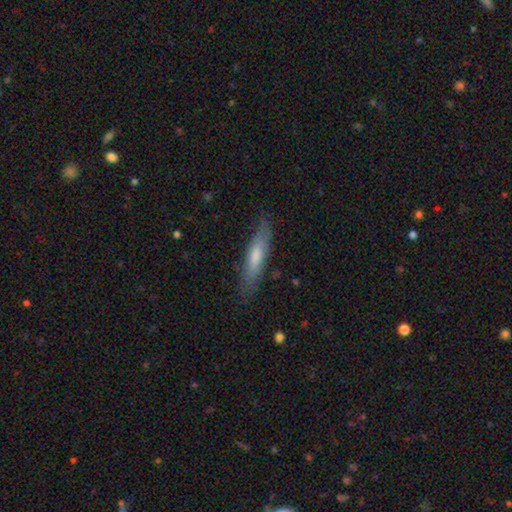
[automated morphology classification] smooth_or_featured: smooth (p=0.59) [alt: featured or disk p=0.35]
how_rounded: cigar-shaped (p=0.83) [alt: in between p=0.15]
merging: none (p=0.83) [alt: minor disturbance p=0.13]